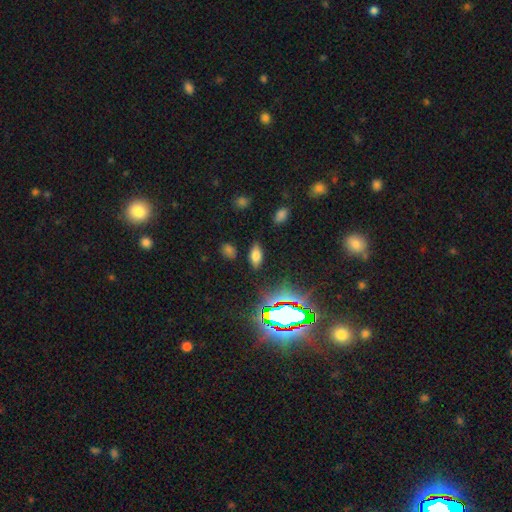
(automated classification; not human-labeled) This is likely a smooth galaxy (67%). How rounded: clearly in between (88%). Merging: clearly none (84%).